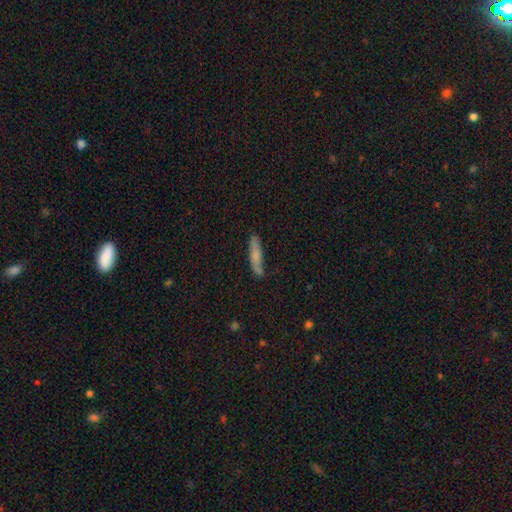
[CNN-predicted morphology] Overall: smooth (71%). How rounded: cigar-shaped (85%). Merging: none (71%).